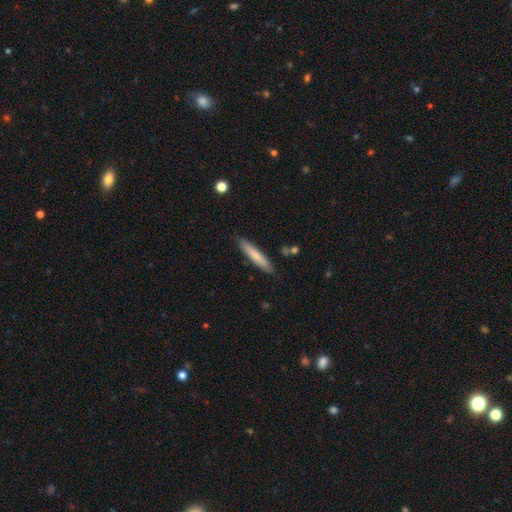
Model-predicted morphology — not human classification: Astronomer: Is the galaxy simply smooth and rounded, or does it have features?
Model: smooth — 74%.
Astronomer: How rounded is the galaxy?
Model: cigar-shaped — 90%.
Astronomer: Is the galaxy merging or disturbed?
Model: none — 86%.